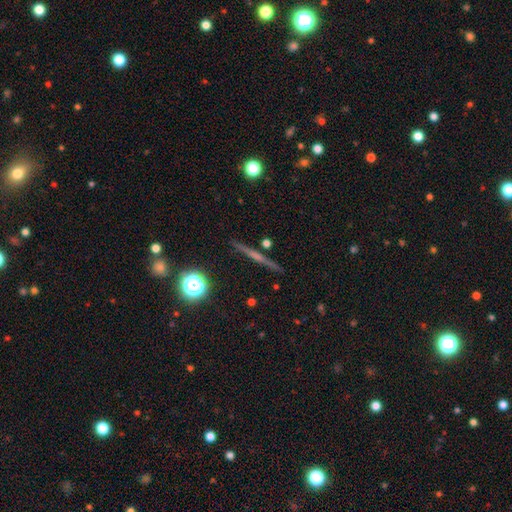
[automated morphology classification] Q: Smooth or featured?
A: featured or disk (61%); runner-up: smooth (25%)
Q: Edge-on disk?
A: yes (97%); runner-up: no (3%)
Q: Edge-on bulge?
A: none (57%); runner-up: rounded (33%)
Q: Merging?
A: none (91%); runner-up: minor disturbance (6%)